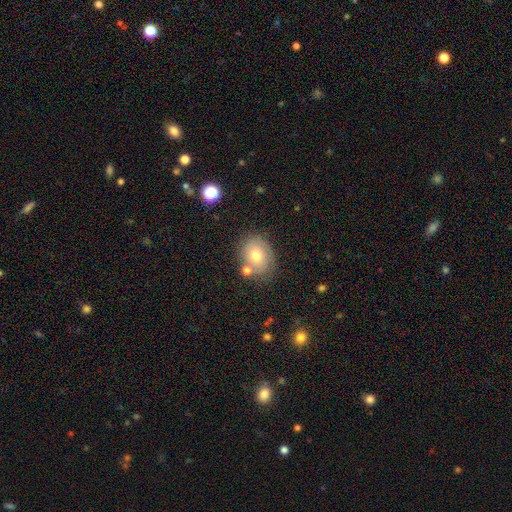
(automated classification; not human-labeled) Smooth or featured?
  - smooth: 65% *
  - featured or disk: 25%
  - star or artifact: 10%
How rounded?
  - in between: 53% *
  - round: 46%
  - cigar-shaped: 1%
Merging?
  - none: 65% *
  - minor disturbance: 17%
  - merger: 13%
  - major disturbance: 5%